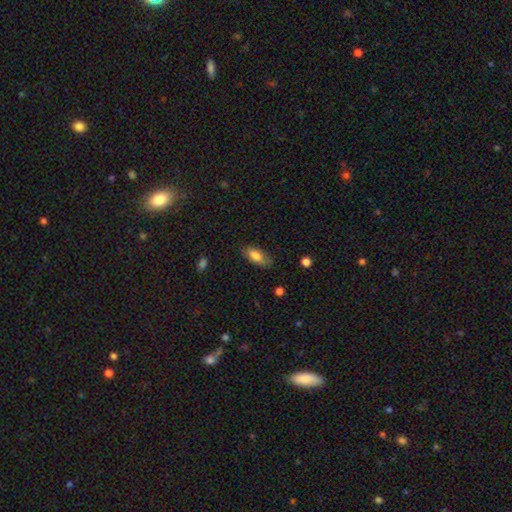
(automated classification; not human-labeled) Smooth or featured? Predicted: smooth (p=0.78). How rounded? Predicted: in between (p=0.84). Merging? Predicted: none (p=0.74).